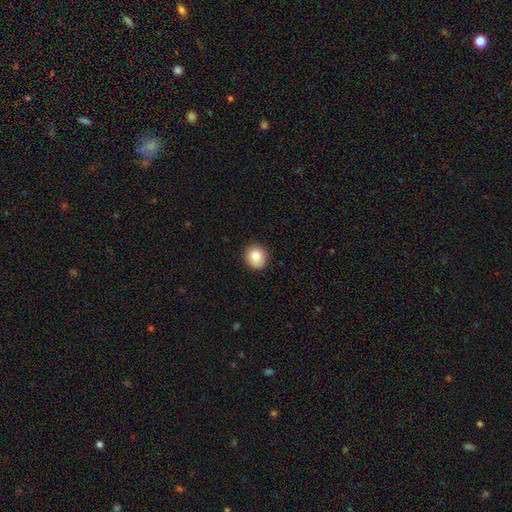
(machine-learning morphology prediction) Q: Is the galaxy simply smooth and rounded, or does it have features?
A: smooth — 83%.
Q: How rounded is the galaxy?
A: round — 84%.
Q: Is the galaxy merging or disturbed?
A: none — 88%.